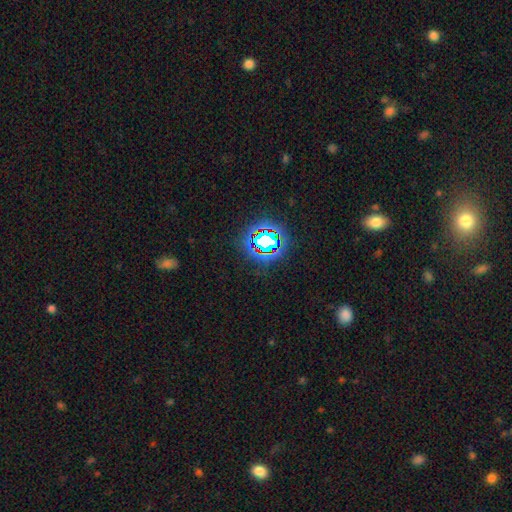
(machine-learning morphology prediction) smooth-or-featured: star or artifact: 71% | smooth: 20% | featured or disk: 9%